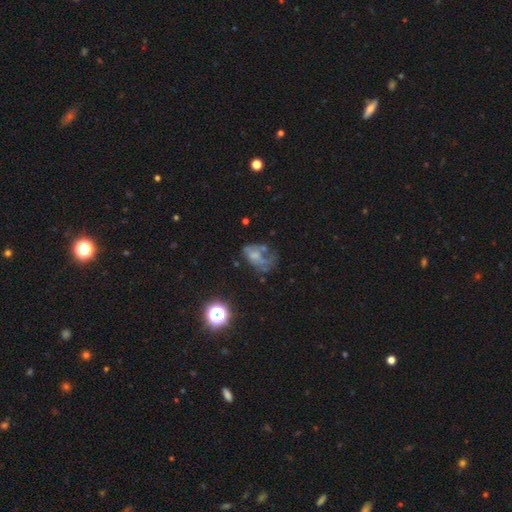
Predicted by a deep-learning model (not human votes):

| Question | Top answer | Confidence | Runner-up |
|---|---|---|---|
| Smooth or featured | featured or disk | 47% | smooth (36%) |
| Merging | major disturbance | 40% | none (28%) |